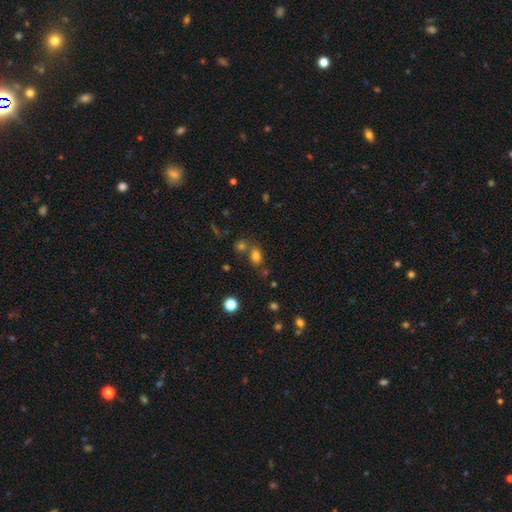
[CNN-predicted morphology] Smooth or featured?
  - smooth: 78% *
  - star or artifact: 15%
  - featured or disk: 7%
How rounded?
  - in between: 69% *
  - round: 29%
  - cigar-shaped: 2%
Merging?
  - none: 61% *
  - merger: 23%
  - minor disturbance: 12%
  - major disturbance: 4%